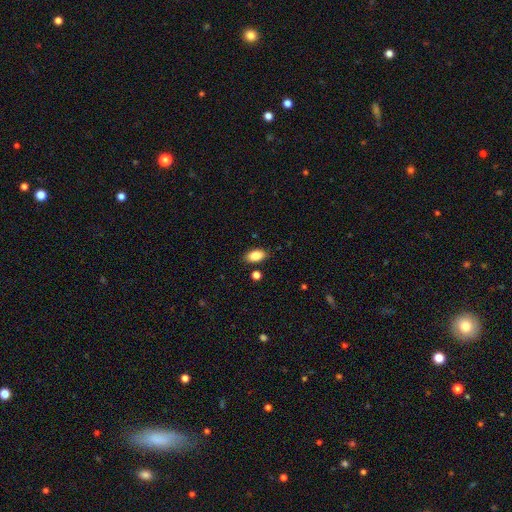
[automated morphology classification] Overall: smooth (87%). How rounded: in between (92%). Merging: none (83%).